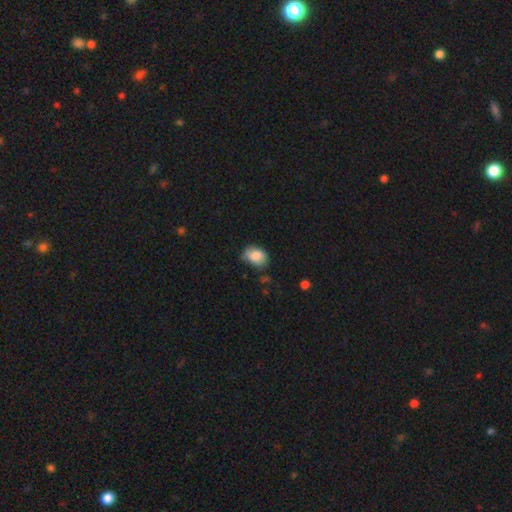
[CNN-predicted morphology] This is clearly a smooth galaxy (81%). How rounded: likely in between (70%). Merging: possibly none (57%).